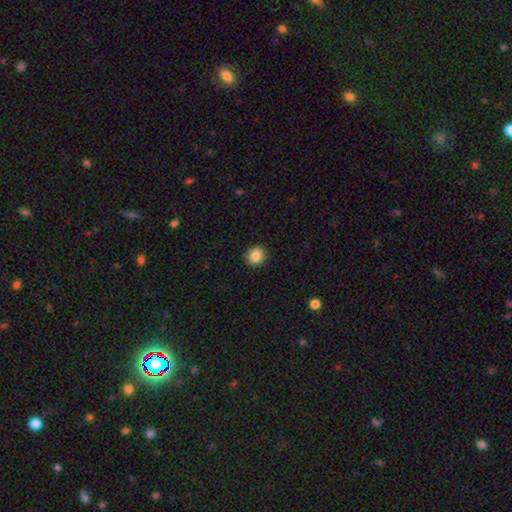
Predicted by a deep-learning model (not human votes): This is clearly a smooth galaxy (87%). How rounded: likely round (67%). Merging: clearly none (91%).